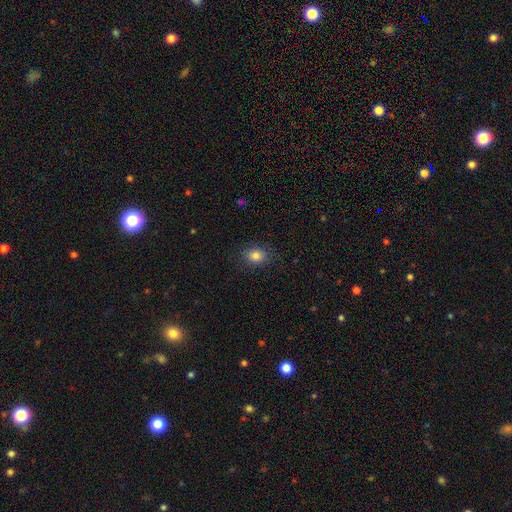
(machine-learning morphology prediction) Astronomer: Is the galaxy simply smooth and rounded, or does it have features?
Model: smooth — 83%.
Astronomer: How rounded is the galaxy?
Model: in between — 56% (runner-up: round, 43%).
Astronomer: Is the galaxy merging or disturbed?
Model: none — 85%.